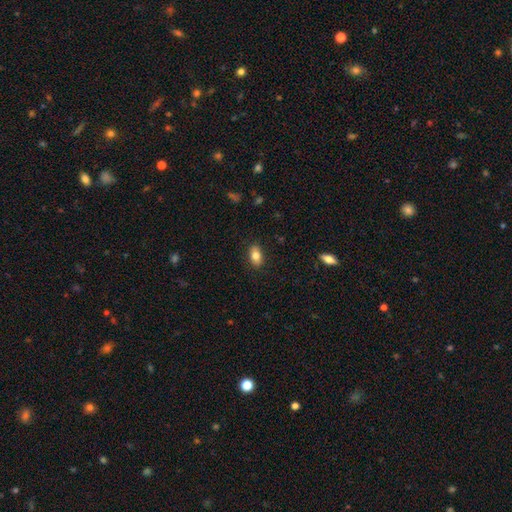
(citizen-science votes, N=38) Morphology: type=smooth (82%); roundness=in between (77%); merging=none (92%).